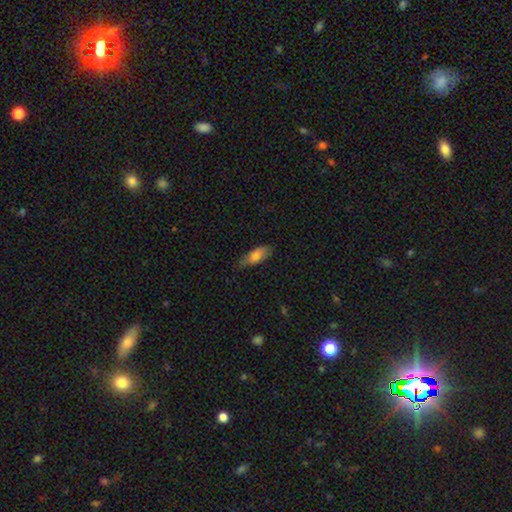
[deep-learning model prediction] This is likely a smooth galaxy (74%). How rounded: likely in between (74%). Merging: likely none (67%).